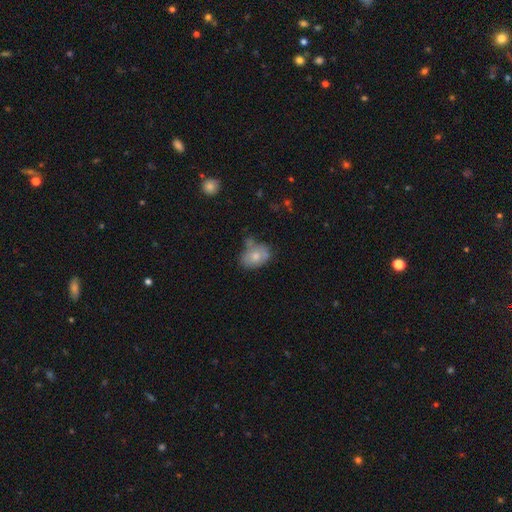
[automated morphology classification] Smooth or featured: smooth — 69% (featured or disk — 23%)
How rounded: in between — 73% (round — 26%)
Merging: none — 46% (minor disturbance — 27%)